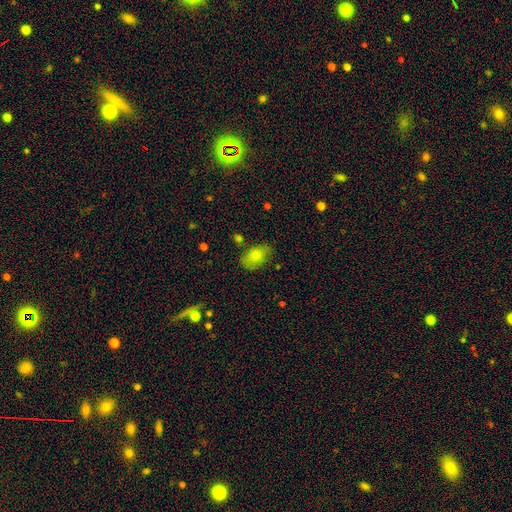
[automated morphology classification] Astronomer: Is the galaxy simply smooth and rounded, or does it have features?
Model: smooth — 80%.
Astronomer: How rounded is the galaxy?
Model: in between — 88%.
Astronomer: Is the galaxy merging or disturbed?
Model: none — 73%.